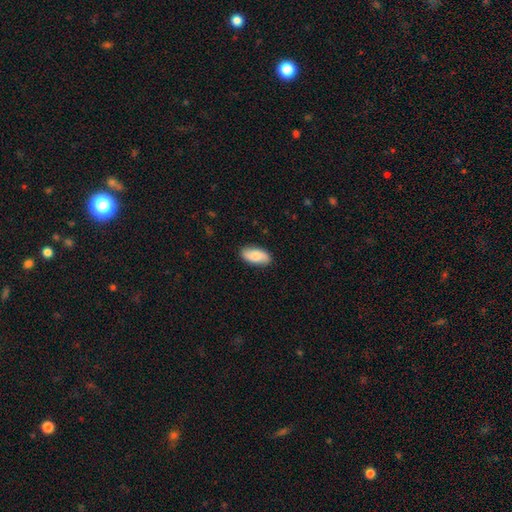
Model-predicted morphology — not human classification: This appears to be a smooth galaxy with no disk features (73%) that is in between round and cigar-shaped (91%). Merging: none (87%).